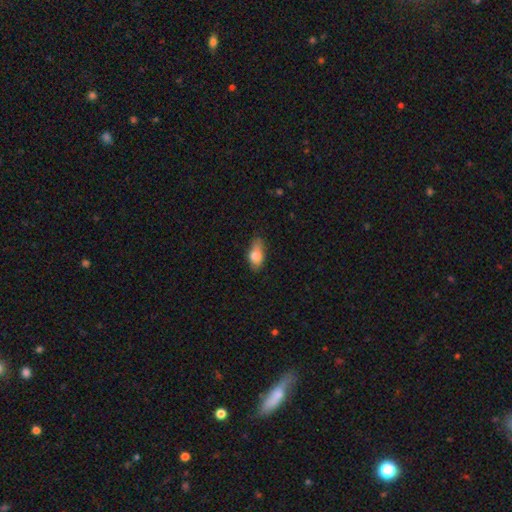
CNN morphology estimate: Overall: smooth (78%). How rounded: in between (85%). Merging: none (63%; minor disturbance 28%).